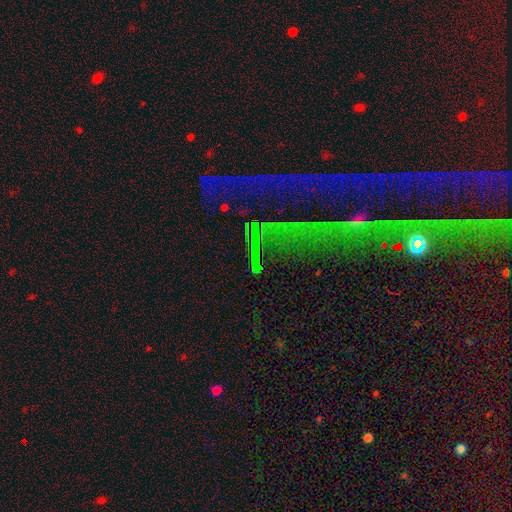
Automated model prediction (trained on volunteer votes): The model was most divided on "smooth or featured": star or artifact: 77%, smooth: 13%, featured or disk: 10%.